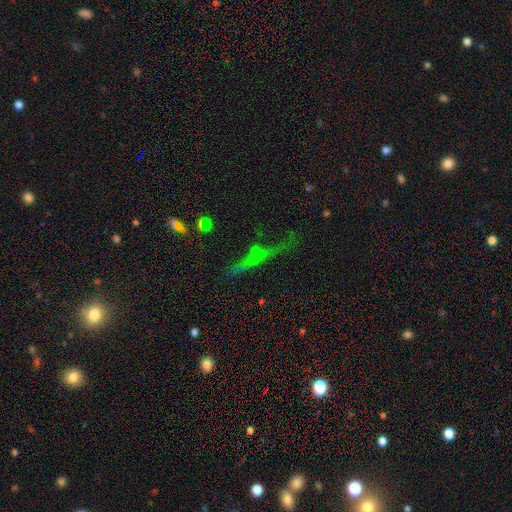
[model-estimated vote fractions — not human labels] Smooth or featured? featured or disk (36%)
Merging? none (46%)